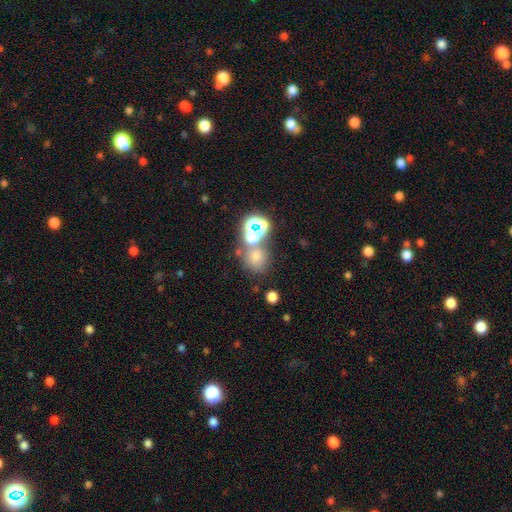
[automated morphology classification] Smooth or featured? Predicted: smooth (p=0.46). Merging? Predicted: none (p=0.58).